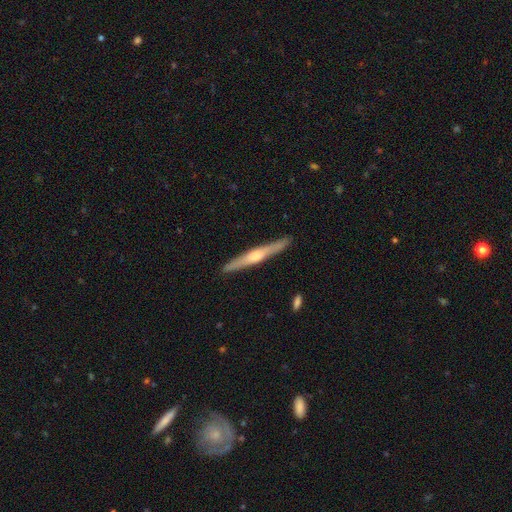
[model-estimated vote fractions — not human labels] A featured or disk galaxy (69%) viewed edge-on (97%) with a rounded central bulge (82%).

Vote fractions:
- Smooth or featured? featured or disk: 69% / smooth: 26% / star or artifact: 5%
- Edge-on disk? yes: 97% / no: 3%
- Edge-on bulge? rounded: 82% / none: 10% / boxy: 8%
- Merging? none: 91% / minor disturbance: 6% / major disturbance: 1% / merger: 1%